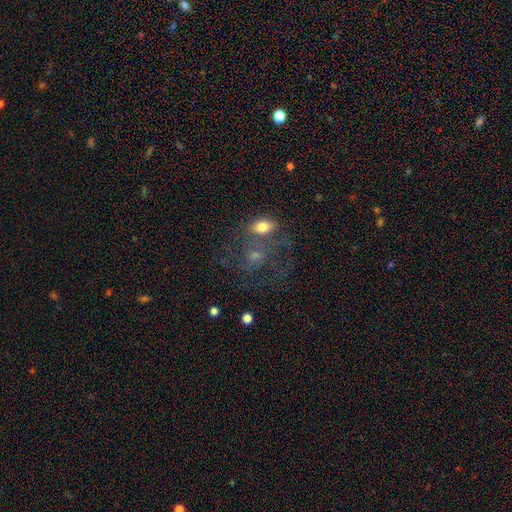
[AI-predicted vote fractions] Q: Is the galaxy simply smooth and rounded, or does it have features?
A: smooth — 42%.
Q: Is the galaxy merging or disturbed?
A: merger — 35%, tied with none.